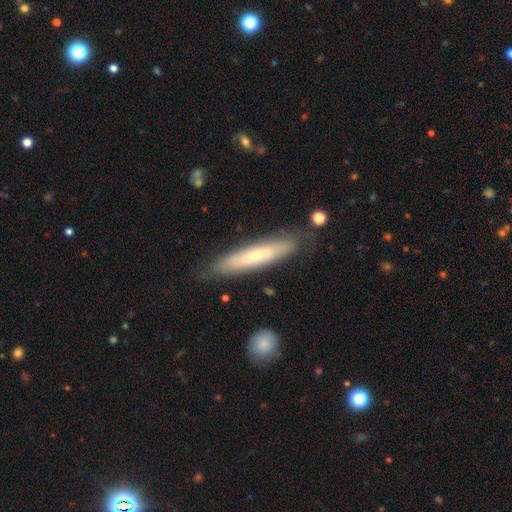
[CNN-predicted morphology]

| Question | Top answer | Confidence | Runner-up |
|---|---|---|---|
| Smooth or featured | smooth | 49% | featured or disk (44%) |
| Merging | none | 80% | minor disturbance (14%) |